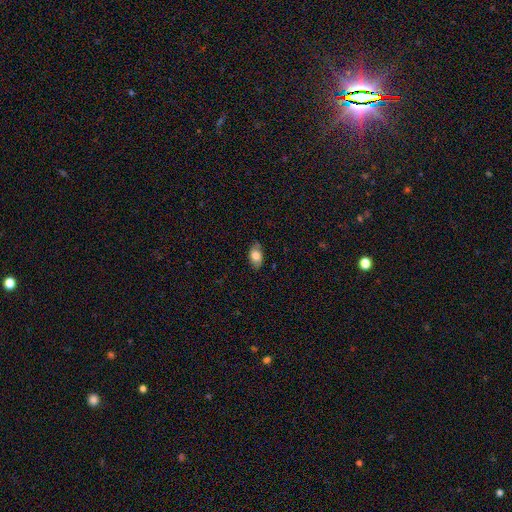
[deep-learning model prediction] Overall: smooth (78%). How rounded: in between (91%). Merging: none (80%).